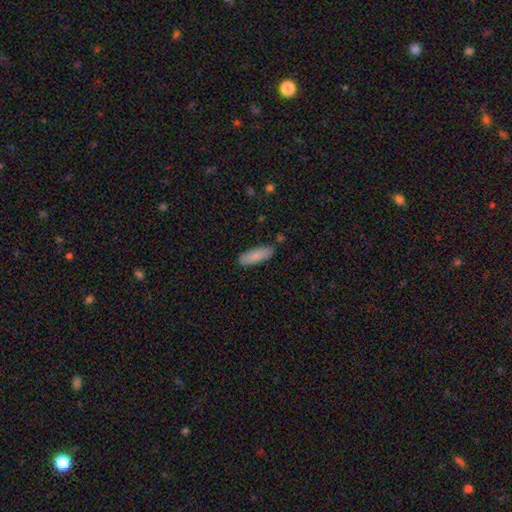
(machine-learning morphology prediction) Smooth or featured?
  - smooth: 87% *
  - featured or disk: 7%
  - star or artifact: 6%
How rounded?
  - in between: 56% *
  - cigar-shaped: 42%
  - round: 2%
Merging?
  - none: 84% *
  - minor disturbance: 11%
  - merger: 2%
  - major disturbance: 2%